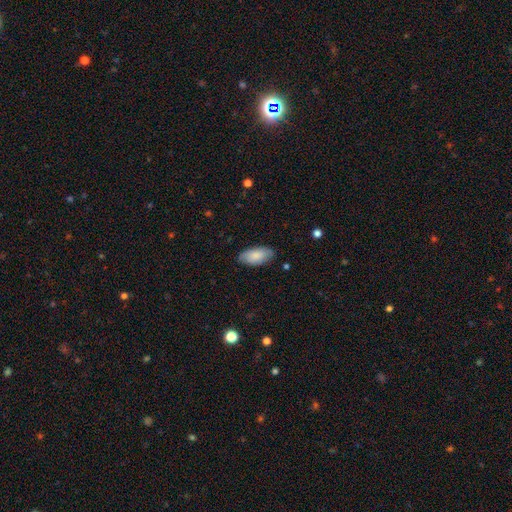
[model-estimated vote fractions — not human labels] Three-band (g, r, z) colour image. It shows a smooth galaxy with no disk features (84%) that is in between round and cigar-shaped (93%). Merging: none (83%).